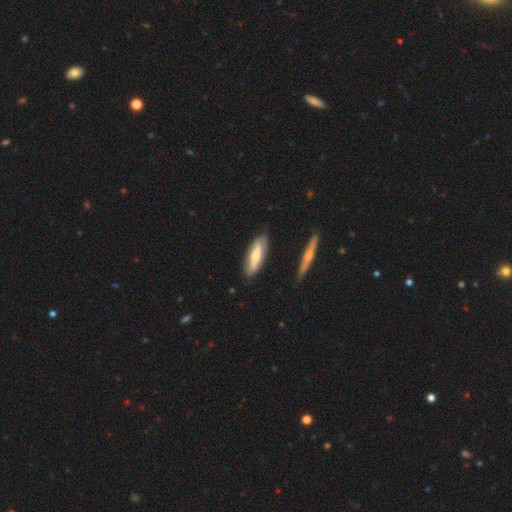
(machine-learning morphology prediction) This is possibly a smooth galaxy (48%). Merging: clearly none (82%).